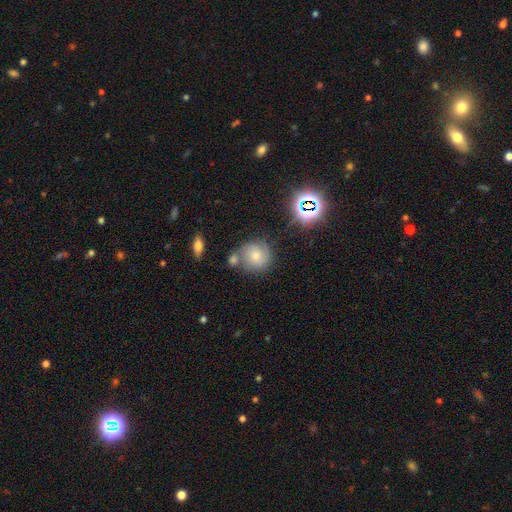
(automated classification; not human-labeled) Smooth or featured? Predicted: smooth (p=0.54). How rounded? Predicted: round (p=0.88). Merging? Predicted: none (p=0.61).